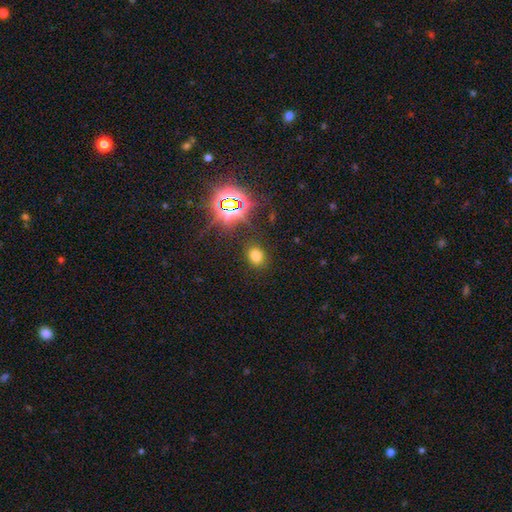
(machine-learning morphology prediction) type=smooth (66%); roundness=in between (57%); merging=none (84%).